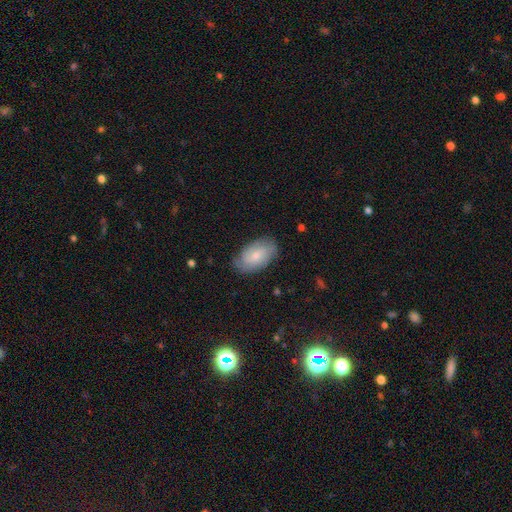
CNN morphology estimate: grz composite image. It shows a smooth galaxy with no disk features (56%) that is in between round and cigar-shaped (93%). Merging: none (75%).